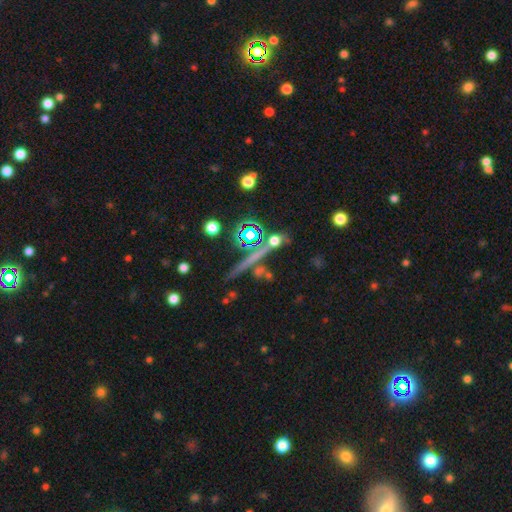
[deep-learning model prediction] A star or artifact, not a galaxy (35%).

Vote fractions:
- Smooth or featured? star or artifact: 35% / featured or disk: 34% / smooth: 31%